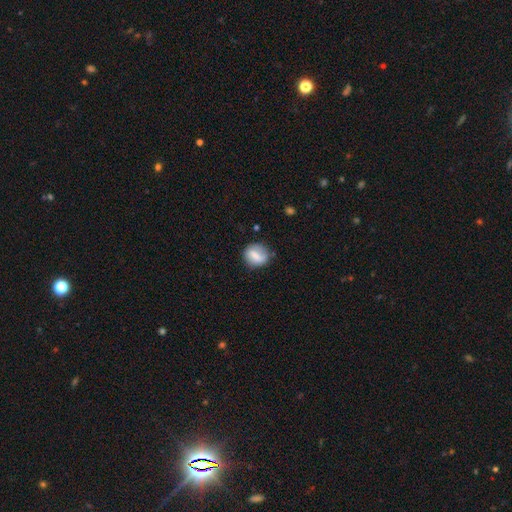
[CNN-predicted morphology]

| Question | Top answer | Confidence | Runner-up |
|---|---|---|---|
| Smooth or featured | smooth | 64% | featured or disk (28%) |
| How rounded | round | 66% | in between (31%) |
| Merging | none | 70% | minor disturbance (20%) |